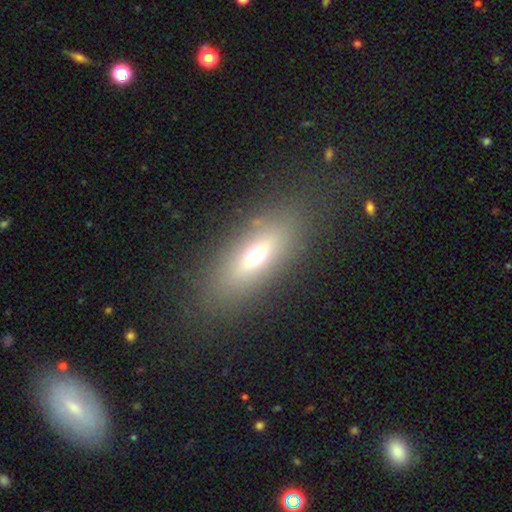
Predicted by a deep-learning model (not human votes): smooth-or-featured: smooth: 56% | featured or disk: 31% | star or artifact: 13%
  how-rounded: in between: 66% | cigar-shaped: 29% | round: 5%
  merging: none: 80% | minor disturbance: 11% | major disturbance: 7% | merger: 2%